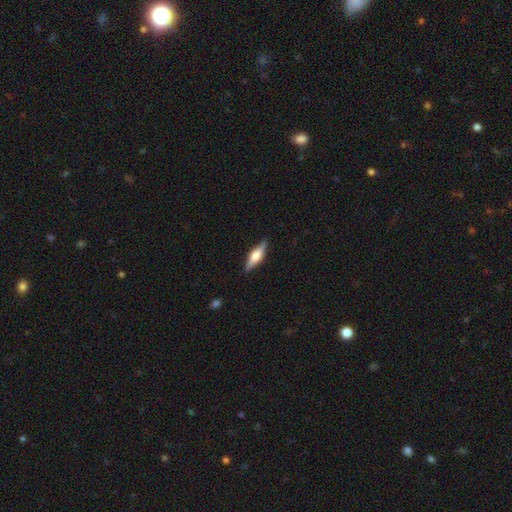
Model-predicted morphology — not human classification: A featured or disk galaxy (59%) viewed edge-on (96%) with a rounded central bulge (86%).

Vote fractions:
- Smooth or featured? featured or disk: 59% / smooth: 35% / star or artifact: 6%
- Edge-on disk? yes: 96% / no: 4%
- Edge-on bulge? rounded: 86% / boxy: 12% / none: 2%
- Merging? none: 87% / minor disturbance: 9% / major disturbance: 2% / merger: 1%